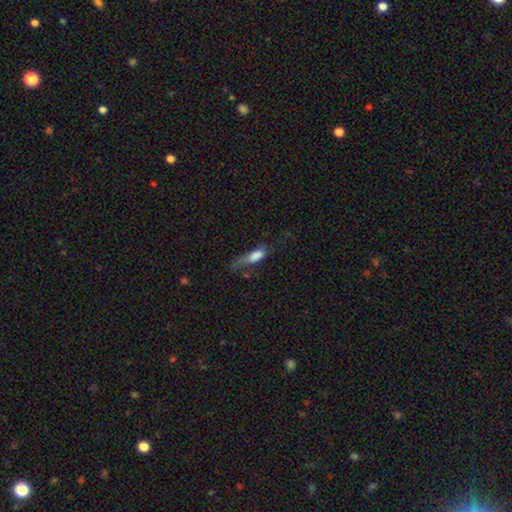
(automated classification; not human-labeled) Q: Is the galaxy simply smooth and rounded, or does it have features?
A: smooth — 70%.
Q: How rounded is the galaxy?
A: in between — 62%.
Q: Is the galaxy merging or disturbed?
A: major disturbance — 42%.